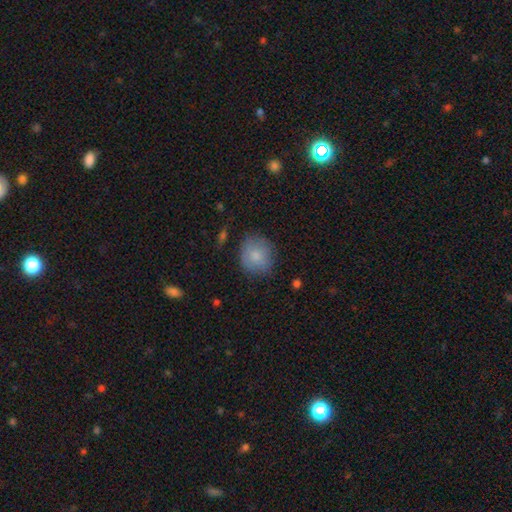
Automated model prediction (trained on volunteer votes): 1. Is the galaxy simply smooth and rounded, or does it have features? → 81% smooth, 12% featured or disk, 7% star or artifact.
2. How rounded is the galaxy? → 83% round, 16% in between, 1% cigar-shaped.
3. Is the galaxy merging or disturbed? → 75% none, 18% minor disturbance, 5% major disturbance, 2% merger.